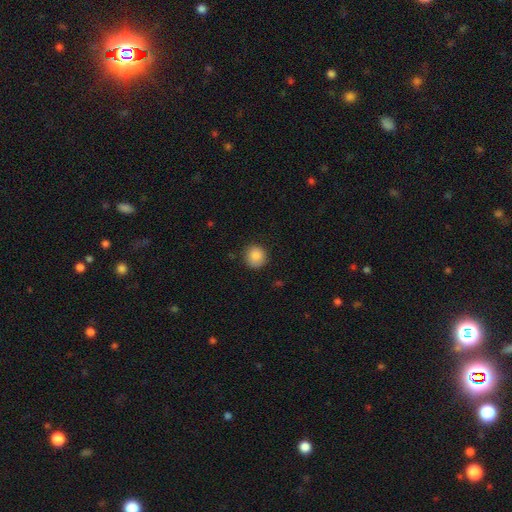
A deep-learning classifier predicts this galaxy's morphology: Smooth or featured? Predicted: smooth (p=0.86). How rounded? Predicted: round (p=0.92). Merging? Predicted: none (p=0.87).